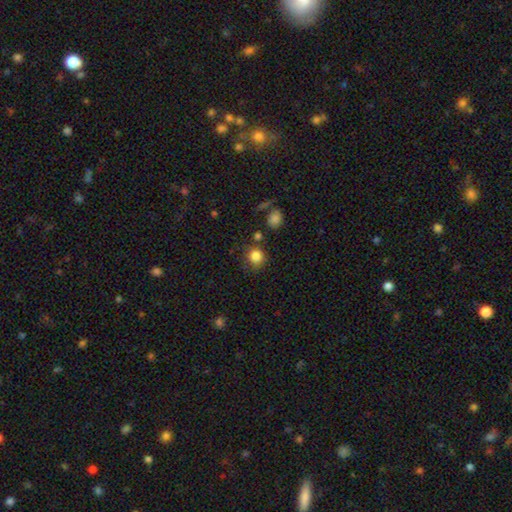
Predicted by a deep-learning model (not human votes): This is clearly a smooth galaxy (84%). How rounded: clearly round (87%). Merging: likely none (73%).